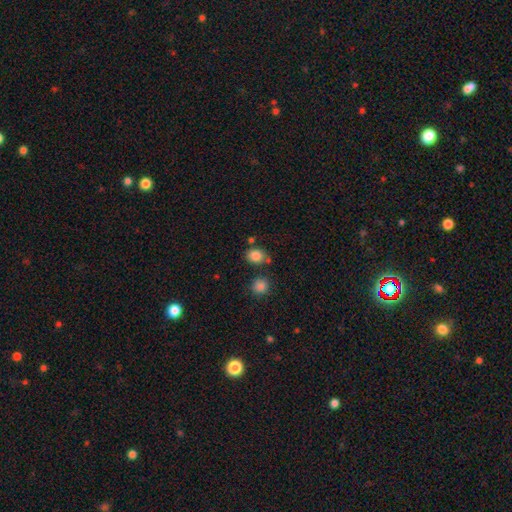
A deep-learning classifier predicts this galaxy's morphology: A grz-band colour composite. It shows a smooth galaxy with no disk features (84%) that is round (54%). Merging: none (70%).